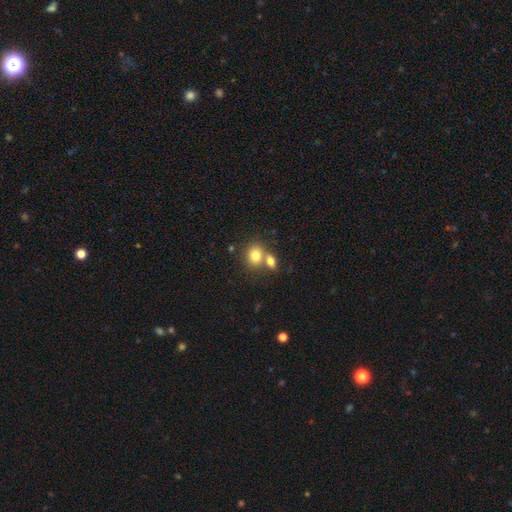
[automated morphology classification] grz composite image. It shows a smooth galaxy with no disk features (79%) that is round (56%). Merging: merger (46%).